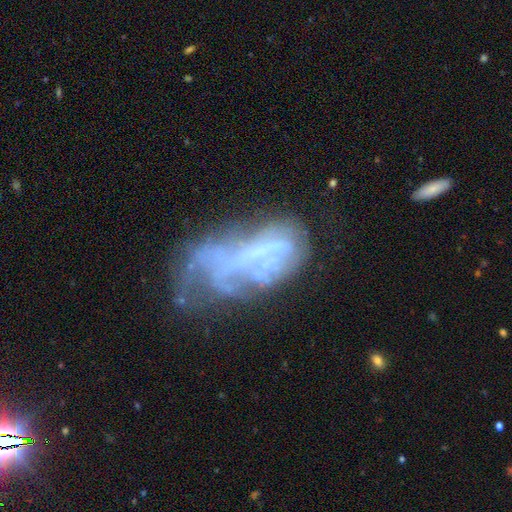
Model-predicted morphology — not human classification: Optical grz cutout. It shows a featured or disk galaxy (60%) with no bar (72%), no spiral arms (74%) and no central bulge (74%). Merging: major disturbance (42%).